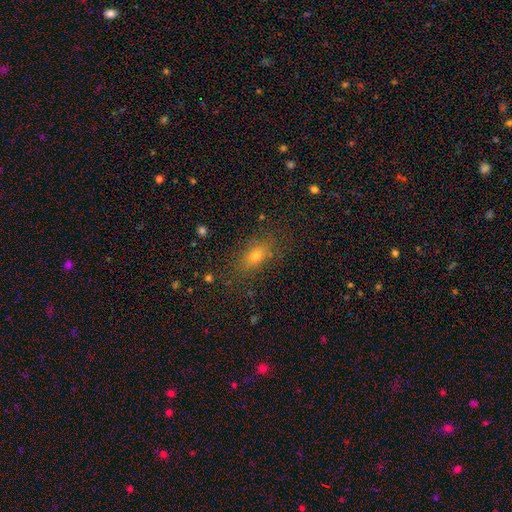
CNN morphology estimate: Smooth or featured: smooth — 70% (star or artifact — 17%)
How rounded: in between — 73% (round — 17%)
Merging: none — 79% (minor disturbance — 14%)